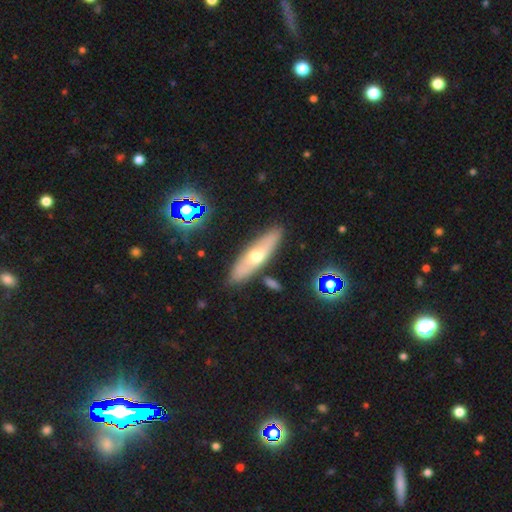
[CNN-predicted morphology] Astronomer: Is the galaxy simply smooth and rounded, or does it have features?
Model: featured or disk — 47% (runner-up: smooth, 44%).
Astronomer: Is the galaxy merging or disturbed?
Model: none — 85%.